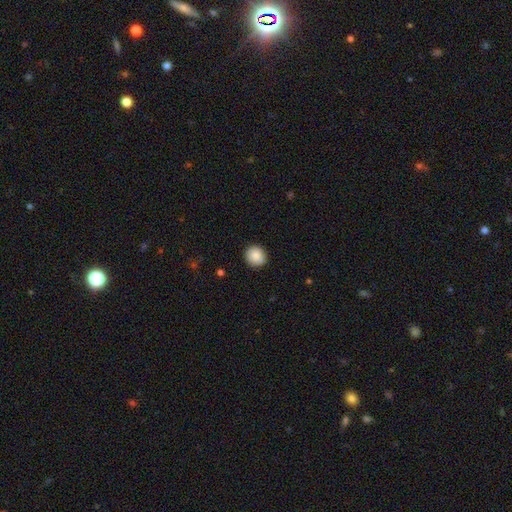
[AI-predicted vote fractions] Overall: smooth (87%). How rounded: round (89%). Merging: none (91%).